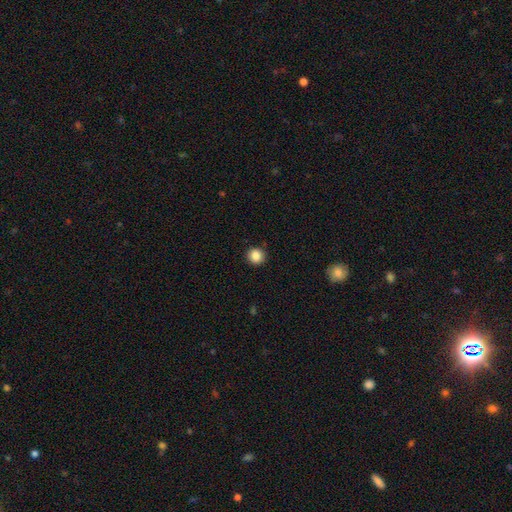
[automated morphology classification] Overall: smooth (86%). How rounded: round (94%). Merging: none (92%).